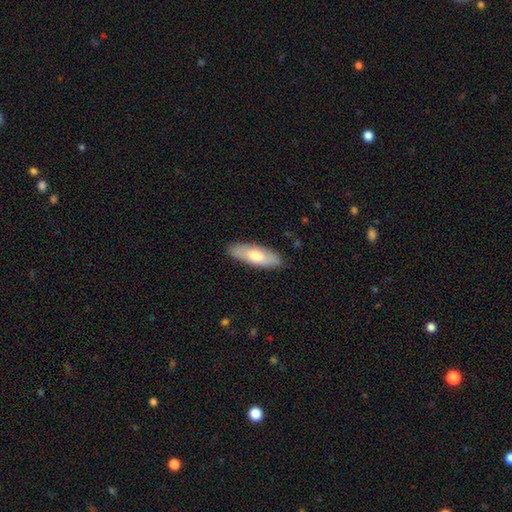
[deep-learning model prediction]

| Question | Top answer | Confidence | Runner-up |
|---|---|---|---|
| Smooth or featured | smooth | 68% | featured or disk (27%) |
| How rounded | in between | 65% | cigar-shaped (33%) |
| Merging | none | 86% | minor disturbance (11%) |